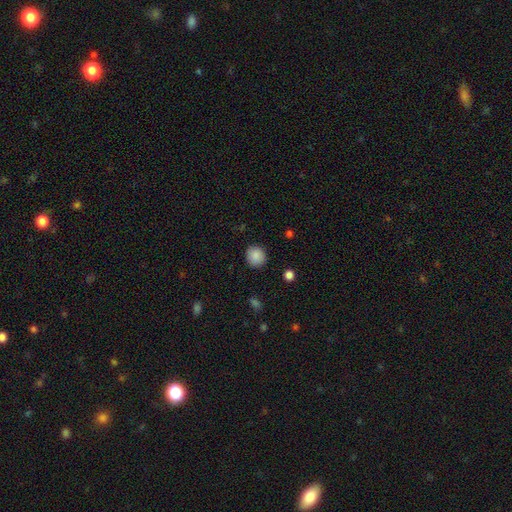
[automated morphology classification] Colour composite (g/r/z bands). It shows a smooth galaxy with no disk features (88%) that is round (89%). Merging: none (89%).